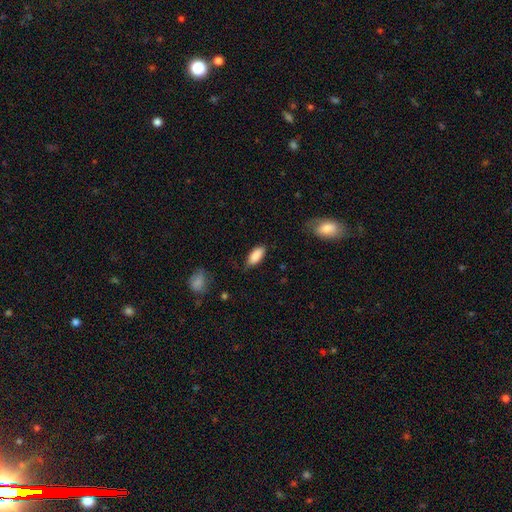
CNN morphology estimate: Overall: smooth (89%). How rounded: in between (89%). Merging: none (76%).